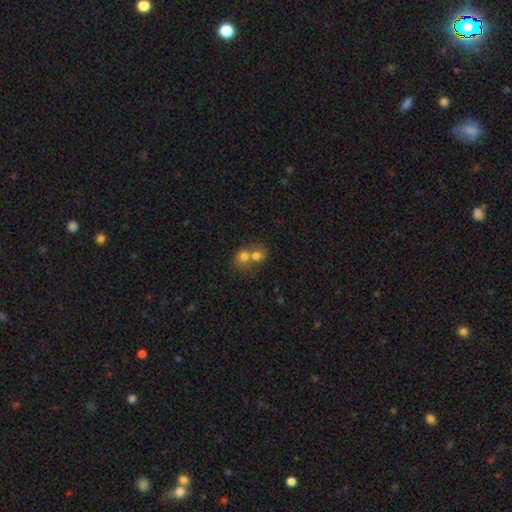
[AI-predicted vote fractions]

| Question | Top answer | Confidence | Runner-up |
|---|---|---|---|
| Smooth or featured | smooth | 71% | featured or disk (18%) |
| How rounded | round | 71% | in between (28%) |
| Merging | merger | 71% | none (22%) |